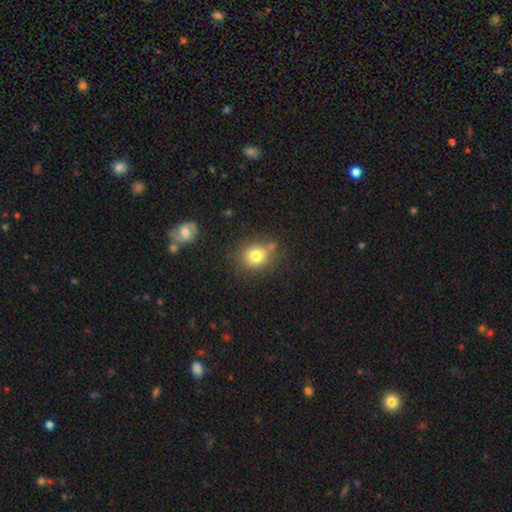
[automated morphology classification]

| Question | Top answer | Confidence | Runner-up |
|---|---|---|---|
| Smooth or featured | smooth | 78% | star or artifact (12%) |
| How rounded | round | 78% | in between (21%) |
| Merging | none | 70% | minor disturbance (15%) |